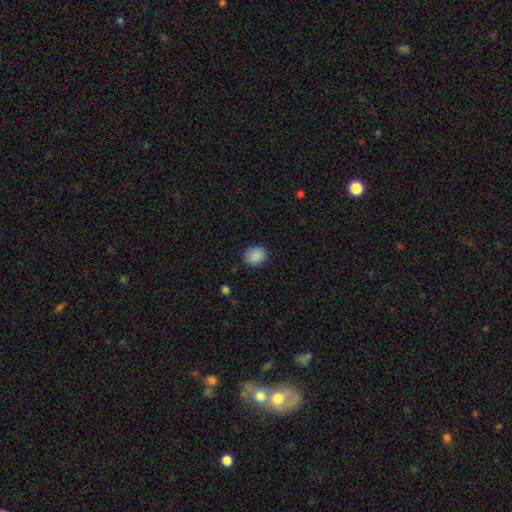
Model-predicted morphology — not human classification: smooth 88%, star or artifact 8%, featured or disk 4%. Down the decision tree: how rounded — round (60%); merging — none (84%).